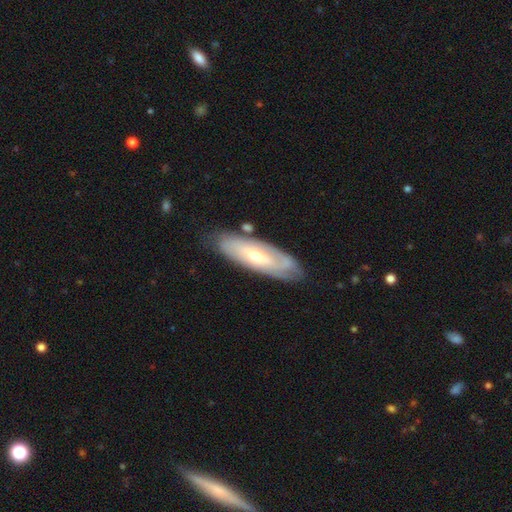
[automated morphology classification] smooth-or-featured: featured or disk: 60% | smooth: 34% | star or artifact: 6%
  disk-edge-on: no: 75% | yes: 25%
  merging: none: 76% | minor disturbance: 16% | major disturbance: 4% | merger: 4%